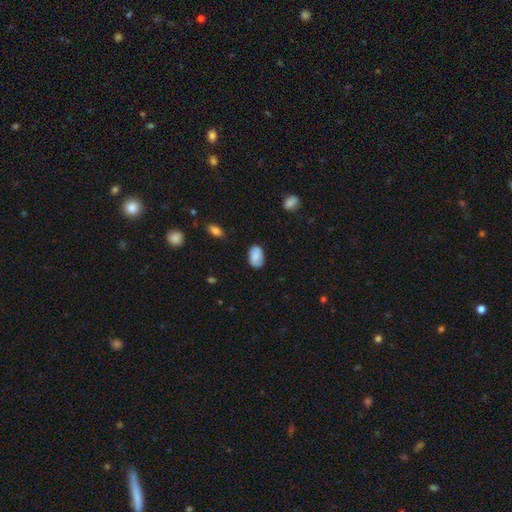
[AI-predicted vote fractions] This is likely a smooth galaxy (78%). How rounded: clearly in between (91%). Merging: likely none (78%).